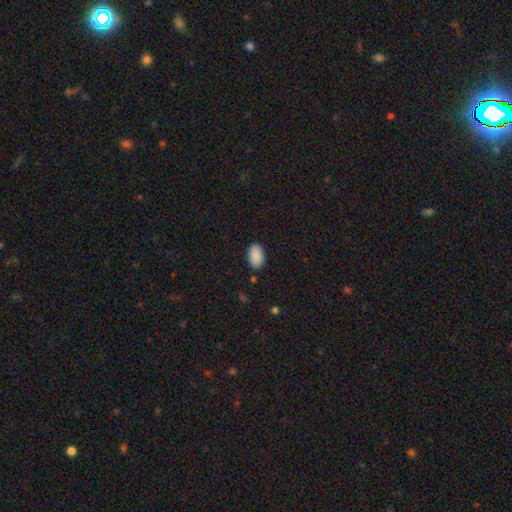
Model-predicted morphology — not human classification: Smooth or featured? Predicted: smooth (p=0.91). How rounded? Predicted: in between (p=0.92). Merging? Predicted: none (p=0.88).